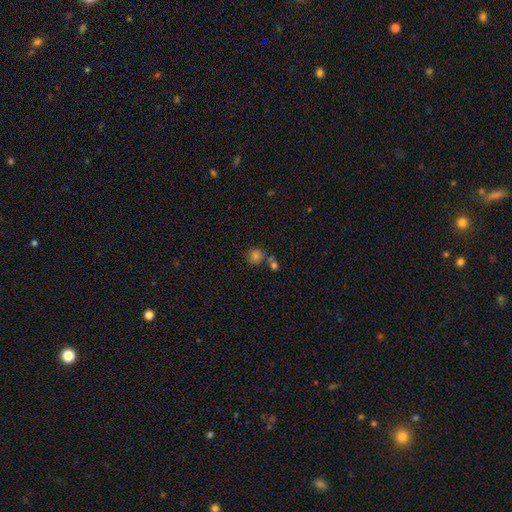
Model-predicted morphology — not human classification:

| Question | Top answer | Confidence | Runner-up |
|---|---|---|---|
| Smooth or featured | smooth | 74% | star or artifact (17%) |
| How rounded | round | 79% | in between (20%) |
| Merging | none | 59% | merger (23%) |